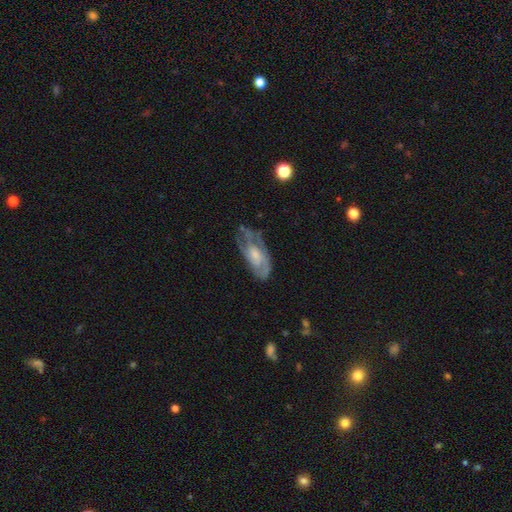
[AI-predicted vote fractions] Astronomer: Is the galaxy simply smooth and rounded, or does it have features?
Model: featured or disk — 70%.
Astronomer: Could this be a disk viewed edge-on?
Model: no — 91%.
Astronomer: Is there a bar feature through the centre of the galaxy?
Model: no — 68%.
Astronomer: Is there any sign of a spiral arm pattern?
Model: yes — 82%.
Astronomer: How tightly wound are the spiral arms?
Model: medium — 43% (runner-up: tight, 40%).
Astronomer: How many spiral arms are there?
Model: can't tell — 39% (runner-up: 2, 31%).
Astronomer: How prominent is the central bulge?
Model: moderate — 42% (runner-up: small, 38%).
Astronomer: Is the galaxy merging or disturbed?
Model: none — 57%.